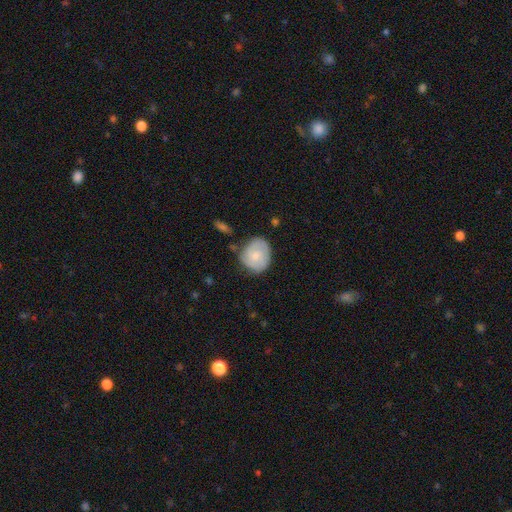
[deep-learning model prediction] smooth 56%, featured or disk 38%, star or artifact 6%. Down the decision tree: how rounded — round (67%); merging — none (66%).